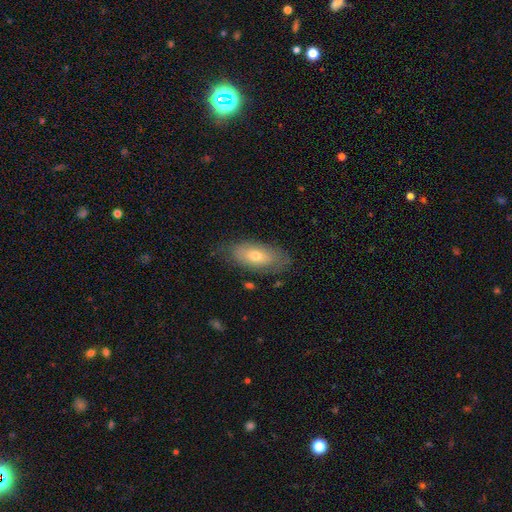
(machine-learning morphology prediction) Smooth or featured?
  - smooth: 64% *
  - featured or disk: 29%
  - star or artifact: 7%
How rounded?
  - in between: 89% *
  - cigar-shaped: 8%
  - round: 4%
Merging?
  - none: 72% *
  - minor disturbance: 21%
  - major disturbance: 6%
  - merger: 2%